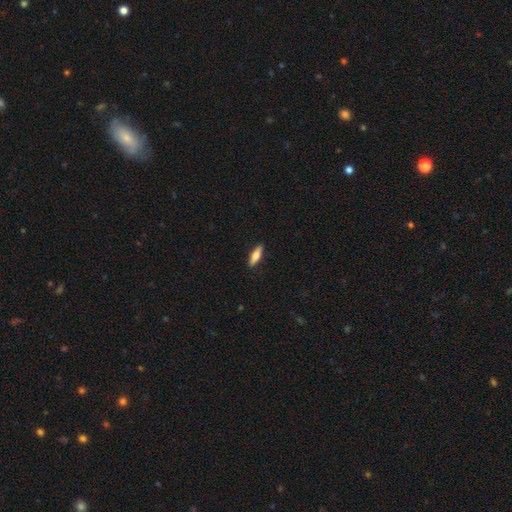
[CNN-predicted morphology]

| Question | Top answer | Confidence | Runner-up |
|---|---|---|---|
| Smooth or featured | smooth | 67% | featured or disk (27%) |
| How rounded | cigar-shaped | 56% | in between (41%) |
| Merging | none | 90% | minor disturbance (7%) |